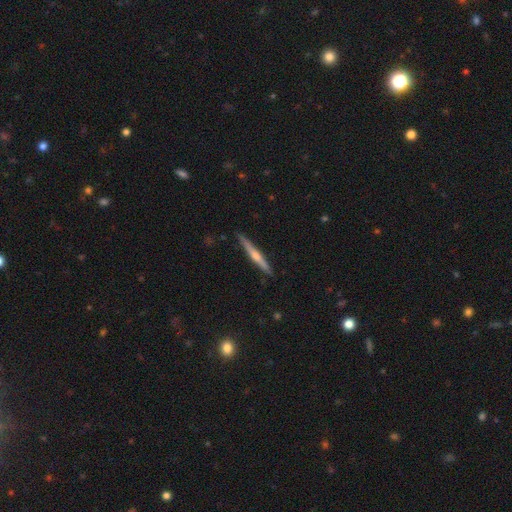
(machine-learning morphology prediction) Smooth or featured? Predicted: featured or disk (p=0.64). Edge-on disk? Predicted: yes (p=0.97). Edge-on bulge? Predicted: rounded (p=0.80). Merging? Predicted: none (p=0.89).